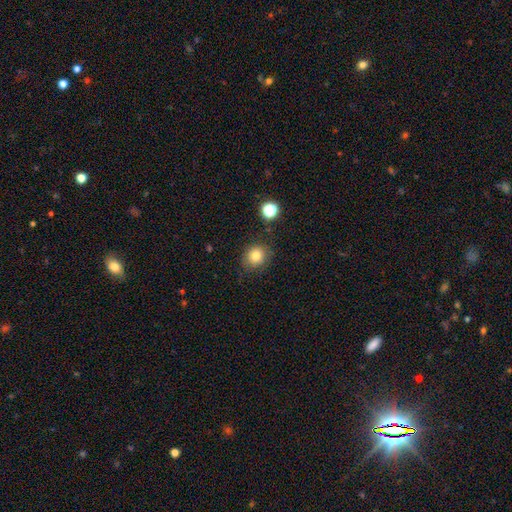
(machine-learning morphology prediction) Overall: smooth (81%). How rounded: round (81%). Merging: none (82%).